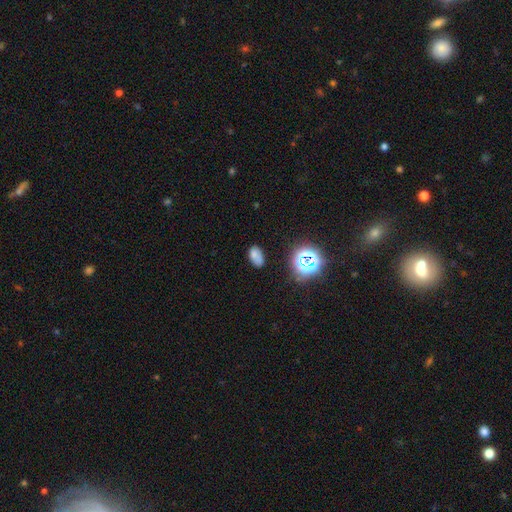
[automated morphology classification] Overall: smooth (67%). How rounded: in between (89%). Merging: none (68%).